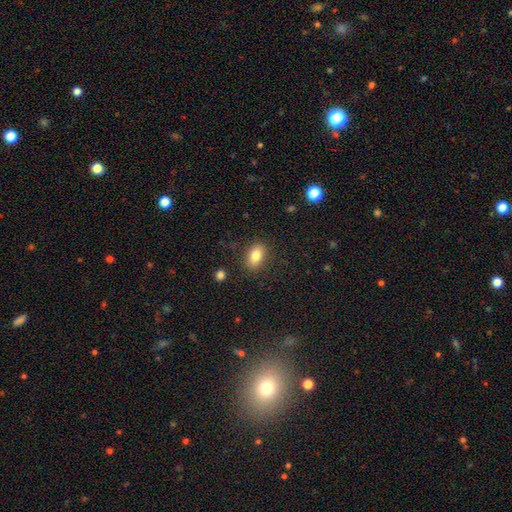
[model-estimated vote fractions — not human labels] Morphology: type=smooth (81%); roundness=in between (85%); merging=none (85%).